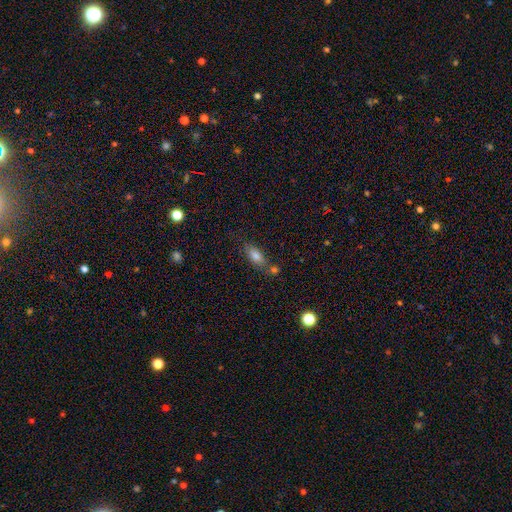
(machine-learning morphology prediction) Overall: smooth (78%). How rounded: in between (80%). Merging: none (61%).